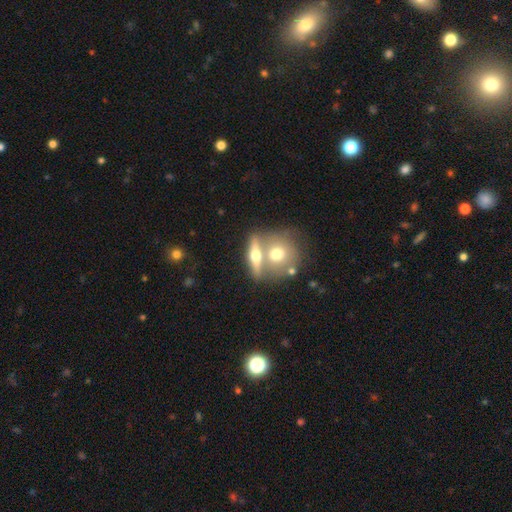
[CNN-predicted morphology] smooth-or-featured: featured or disk: 51% | smooth: 42% | star or artifact: 7%
  disk-edge-on: yes: 80% | no: 20%
  merging: none: 50% | merger: 37% | minor disturbance: 9% | major disturbance: 4%